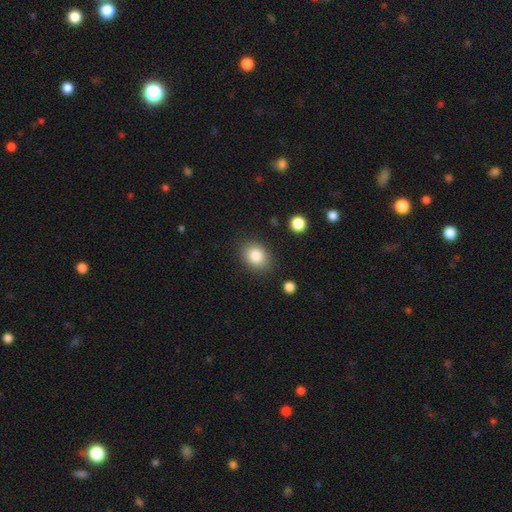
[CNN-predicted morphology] Smooth or featured? Predicted: smooth (p=0.85). How rounded? Predicted: in between (p=0.53). Merging? Predicted: none (p=0.85).